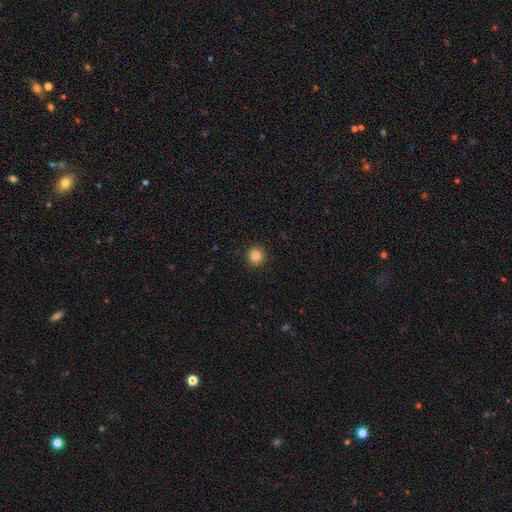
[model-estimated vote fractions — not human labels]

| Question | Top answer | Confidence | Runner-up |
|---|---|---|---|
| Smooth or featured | smooth | 83% | star or artifact (11%) |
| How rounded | round | 94% | in between (5%) |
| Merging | none | 93% | minor disturbance (5%) |